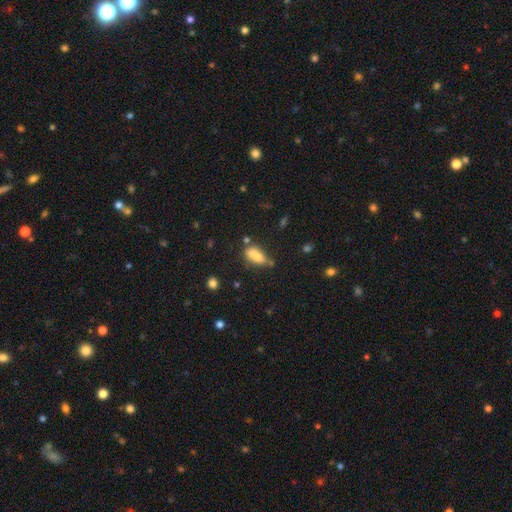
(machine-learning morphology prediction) smooth 75%, featured or disk 16%, star or artifact 9%. Down the decision tree: how rounded — in between (84%); merging — none (49%).